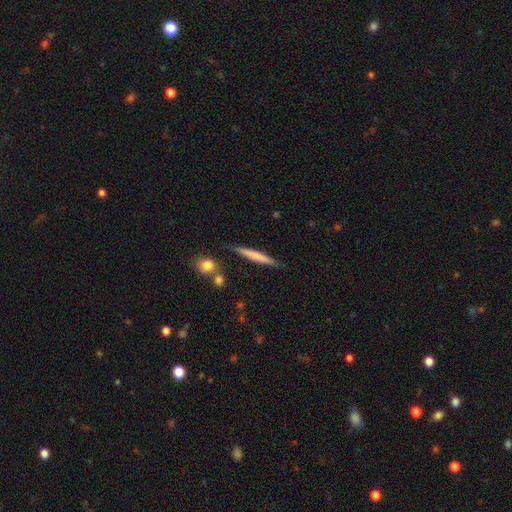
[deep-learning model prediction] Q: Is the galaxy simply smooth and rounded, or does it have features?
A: smooth — 64%.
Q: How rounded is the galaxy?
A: cigar-shaped — 94%.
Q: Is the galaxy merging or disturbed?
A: none — 83%.